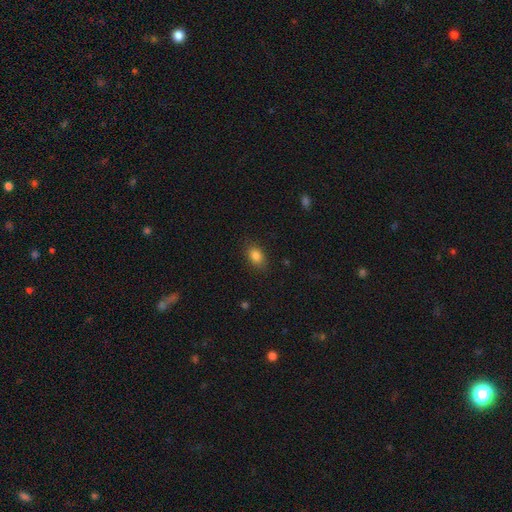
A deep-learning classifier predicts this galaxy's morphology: smooth_or_featured: smooth (p=0.84) [alt: star or artifact p=0.10]
how_rounded: in between (p=0.81) [alt: round p=0.16]
merging: none (p=0.84) [alt: minor disturbance p=0.12]